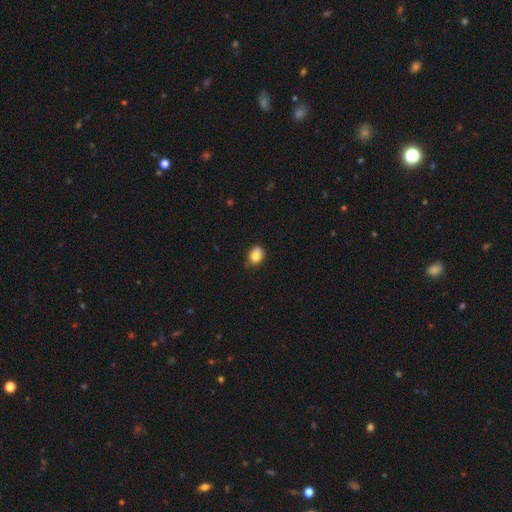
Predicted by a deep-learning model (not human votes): Smooth or featured? smooth (80%)
How rounded? in between (52%)
Merging? none (58%)